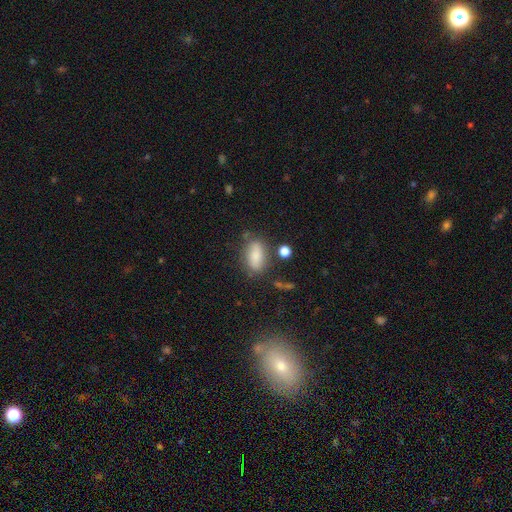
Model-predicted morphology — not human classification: A smooth galaxy with no disk features (79%) that is in between round and cigar-shaped (83%). Merging: none (72%).